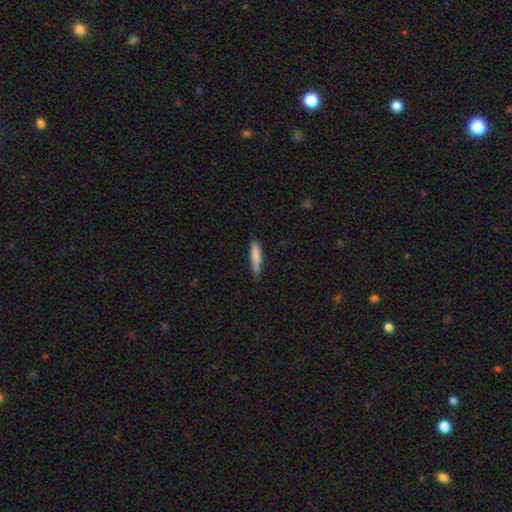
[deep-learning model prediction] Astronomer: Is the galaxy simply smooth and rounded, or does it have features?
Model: smooth — 81%.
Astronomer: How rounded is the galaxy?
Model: cigar-shaped — 81%.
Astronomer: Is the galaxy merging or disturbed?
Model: none — 69%.